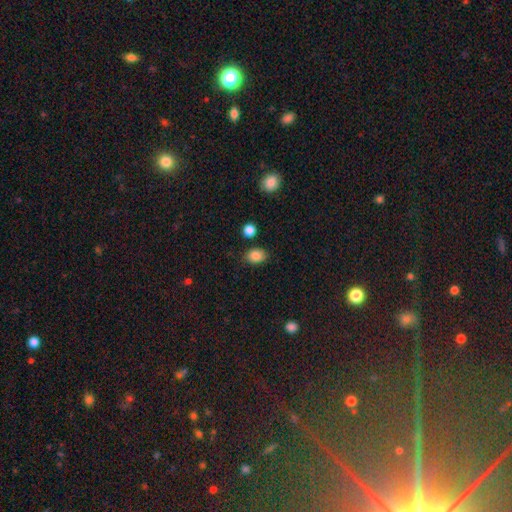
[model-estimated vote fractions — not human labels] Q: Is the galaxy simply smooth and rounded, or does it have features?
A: smooth — 86%.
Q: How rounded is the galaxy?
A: in between — 67%.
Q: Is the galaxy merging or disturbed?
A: none — 81%.